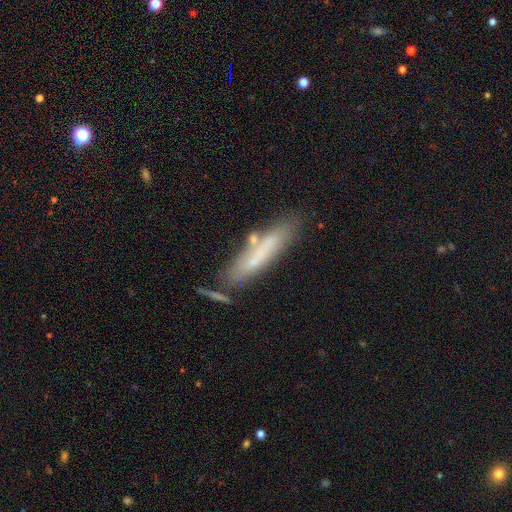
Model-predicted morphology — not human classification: This is possibly a smooth galaxy (53%). How rounded: clearly cigar-shaped (86%). Merging: likely none (62%).